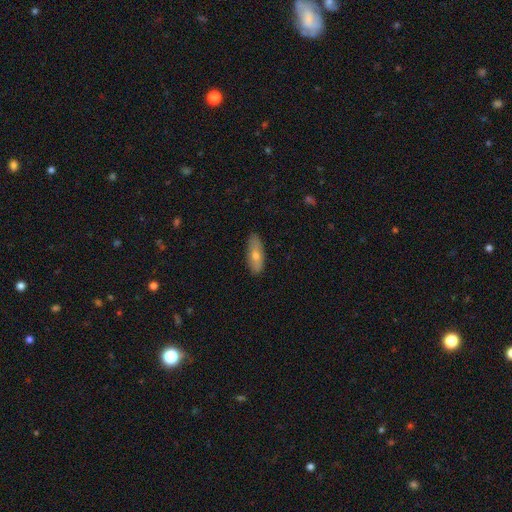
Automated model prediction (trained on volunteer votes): This is likely a smooth galaxy (62%). How rounded: possibly in between (58%). Merging: clearly none (87%).